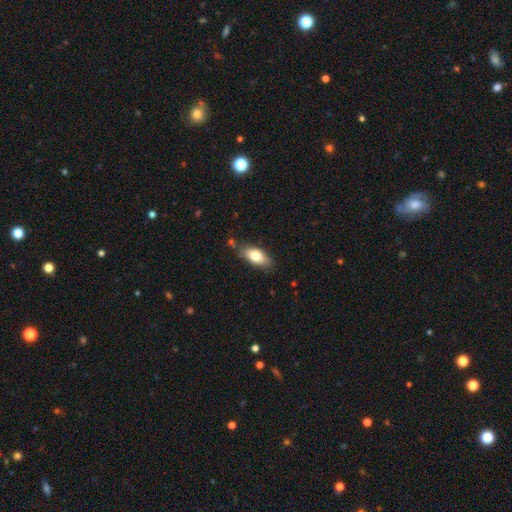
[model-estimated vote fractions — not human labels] Smooth or featured?
  - smooth: 74% *
  - featured or disk: 19%
  - star or artifact: 7%
How rounded?
  - in between: 85% *
  - cigar-shaped: 11%
  - round: 4%
Merging?
  - none: 75% *
  - minor disturbance: 18%
  - merger: 4%
  - major disturbance: 4%